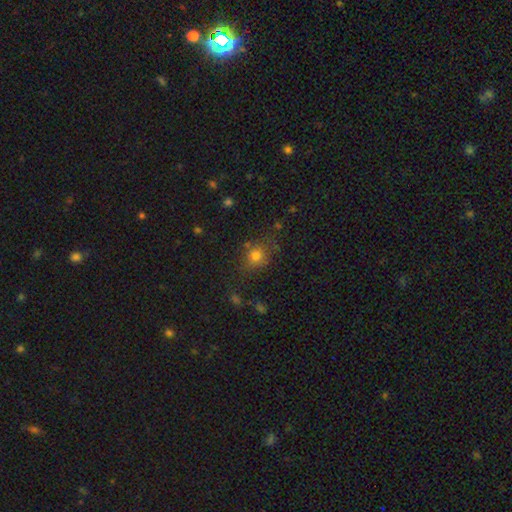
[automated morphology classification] The model was most divided on "how rounded": round: 72%, in between: 27%, cigar-shaped: 1%. More confident: smooth or featured — smooth (75%); merging — none (72%).